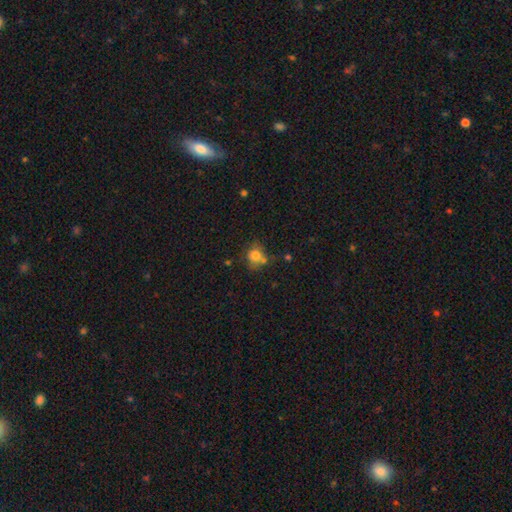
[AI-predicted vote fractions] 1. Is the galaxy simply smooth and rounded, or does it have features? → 75% smooth, 13% featured or disk, 12% star or artifact.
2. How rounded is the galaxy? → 73% round, 26% in between, 1% cigar-shaped.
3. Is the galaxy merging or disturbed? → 51% none, 20% minor disturbance, 20% merger, 9% major disturbance.